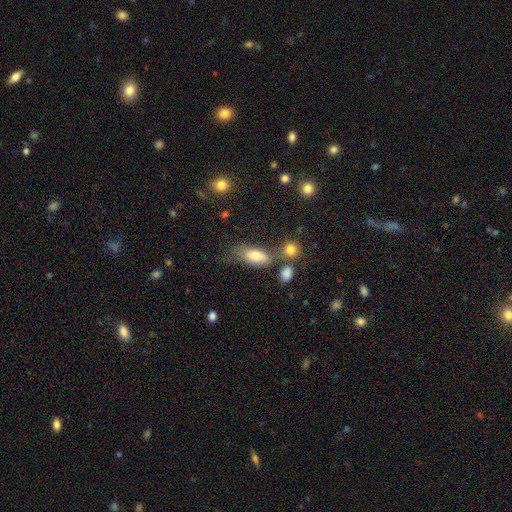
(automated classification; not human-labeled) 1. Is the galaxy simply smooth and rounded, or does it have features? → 73% smooth, 18% featured or disk, 9% star or artifact.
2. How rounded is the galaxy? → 83% in between, 12% cigar-shaped, 5% round.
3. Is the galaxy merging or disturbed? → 47% none, 22% merger, 21% minor disturbance, 11% major disturbance.